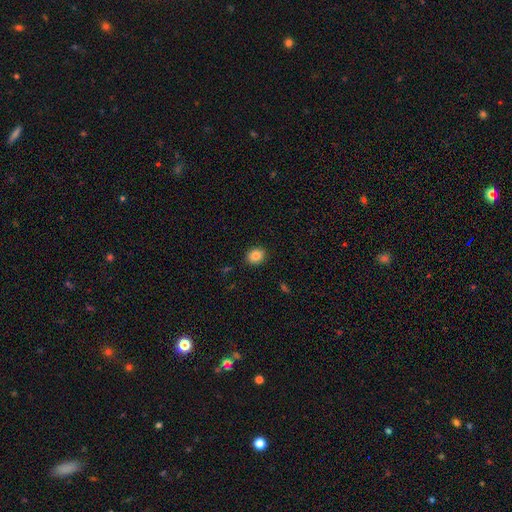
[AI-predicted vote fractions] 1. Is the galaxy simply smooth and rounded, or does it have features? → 85% smooth, 9% star or artifact, 6% featured or disk.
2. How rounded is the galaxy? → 73% round, 26% in between, 1% cigar-shaped.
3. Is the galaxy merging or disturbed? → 91% none, 6% minor disturbance, 2% major disturbance, 1% merger.